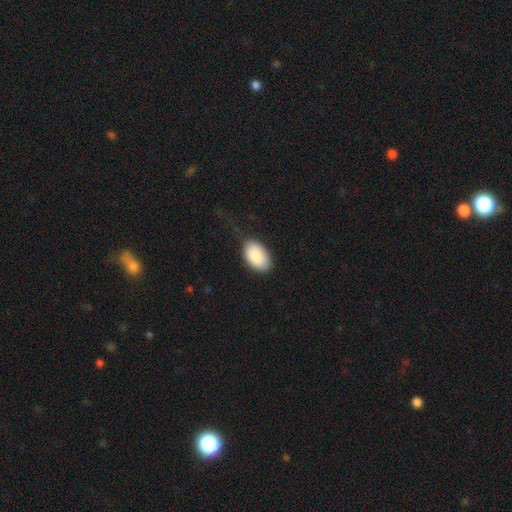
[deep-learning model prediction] smooth-or-featured: smooth: 88% | star or artifact: 6% | featured or disk: 6%
  how-rounded: in between: 94% | round: 5% | cigar-shaped: 1%
  merging: none: 74% | minor disturbance: 19% | major disturbance: 6% | merger: 1%